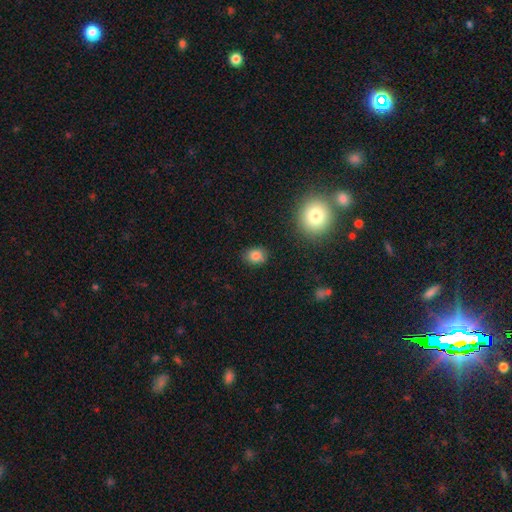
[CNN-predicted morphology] Smooth or featured? Predicted: smooth (p=0.81). How rounded? Predicted: round (p=0.52). Merging? Predicted: none (p=0.84).